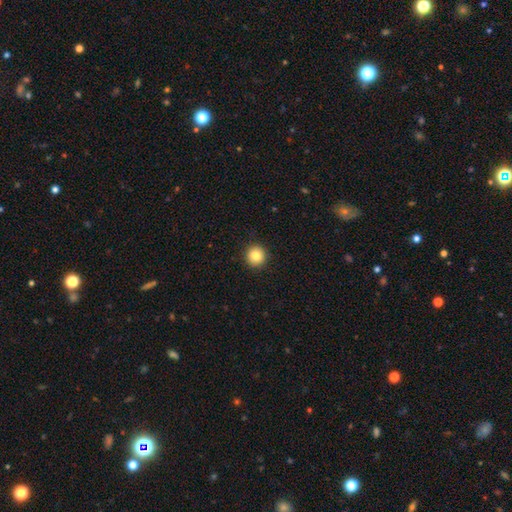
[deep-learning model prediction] This appears to be a smooth galaxy with no disk features (84%) that is round (94%). Merging: none (93%).